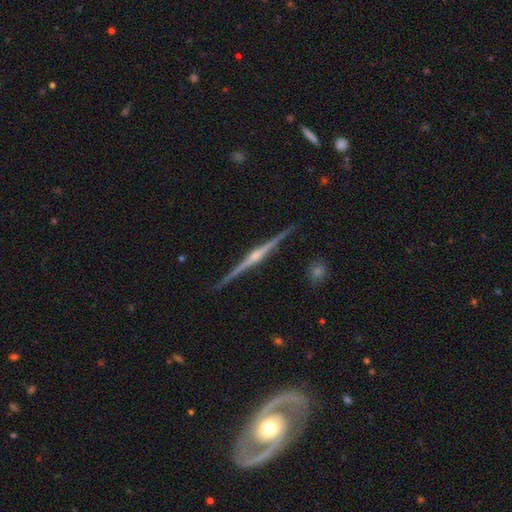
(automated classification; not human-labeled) smooth_or_featured: featured or disk (p=0.88) [alt: smooth p=0.07]
disk_edge_on: yes (p=0.99) [alt: no p=0.01]
edge_on_bulge: rounded (p=0.86) [alt: none p=0.08]
merging: none (p=0.91) [alt: minor disturbance p=0.06]